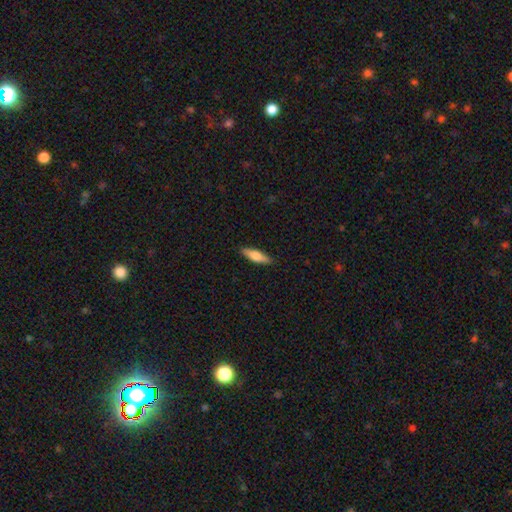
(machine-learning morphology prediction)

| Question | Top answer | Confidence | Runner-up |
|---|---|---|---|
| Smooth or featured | smooth | 67% | featured or disk (27%) |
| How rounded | cigar-shaped | 62% | in between (36%) |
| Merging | none | 90% | minor disturbance (7%) |